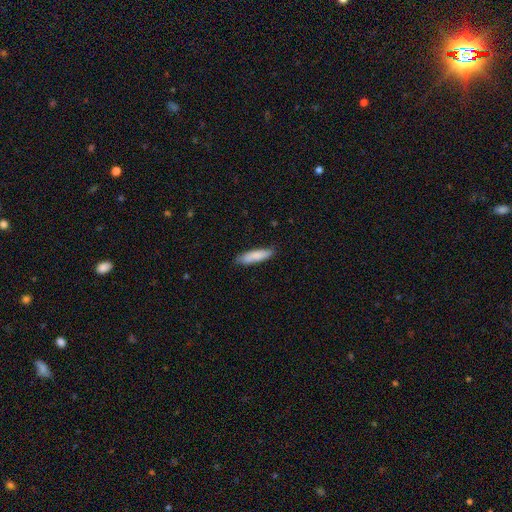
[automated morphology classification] A smooth galaxy with no disk features (83%) that is cigar-shaped (68%).

Vote fractions:
- Smooth or featured? smooth: 83% / featured or disk: 12% / star or artifact: 6%
- How rounded? cigar-shaped: 68% / in between: 30% / round: 1%
- Merging? none: 80% / minor disturbance: 16% / major disturbance: 2% / merger: 1%